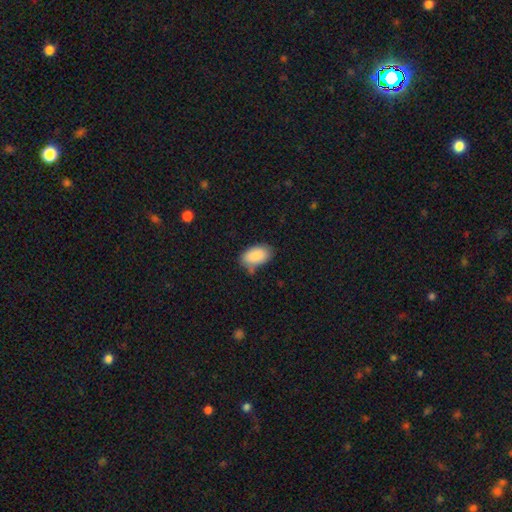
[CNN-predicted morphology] Smooth or featured?
  - smooth: 87% *
  - star or artifact: 7%
  - featured or disk: 6%
How rounded?
  - in between: 94% *
  - round: 5%
  - cigar-shaped: 1%
Merging?
  - none: 66% *
  - minor disturbance: 24%
  - major disturbance: 5%
  - merger: 5%